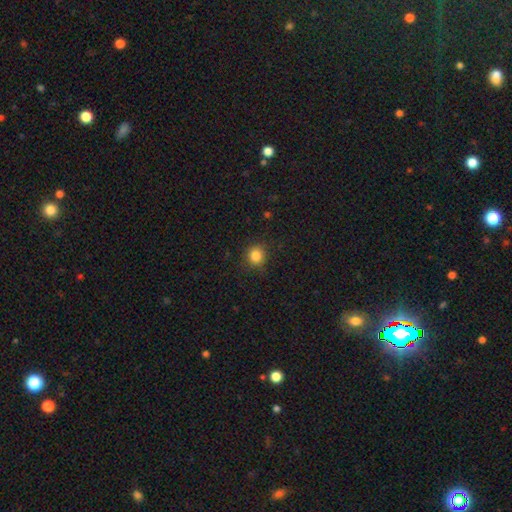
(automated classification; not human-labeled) This is clearly a smooth galaxy (85%). How rounded: clearly round (85%). Merging: clearly none (85%).